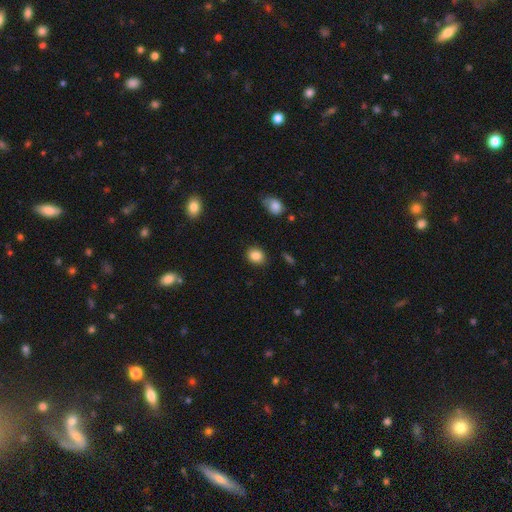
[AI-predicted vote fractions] Smooth or featured? Predicted: smooth (p=0.86). How rounded? Predicted: round (p=0.60). Merging? Predicted: none (p=0.87).